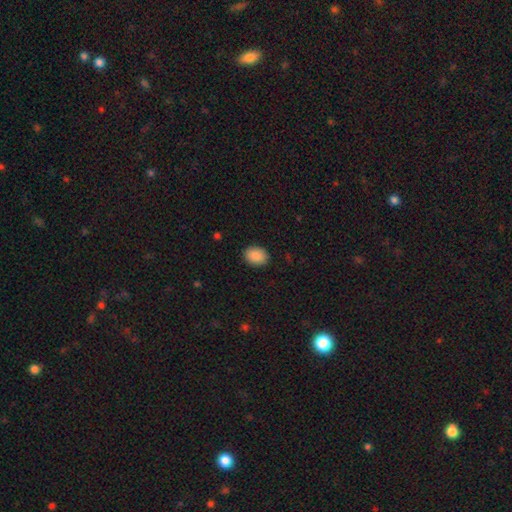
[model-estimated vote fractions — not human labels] Morphology: type=smooth (90%); roundness=in between (70%); merging=none (89%).